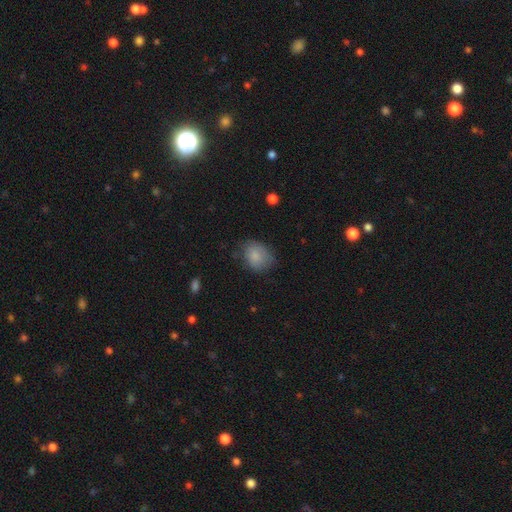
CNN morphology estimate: This appears to be a smooth galaxy with no disk features (83%) that is in between round and cigar-shaped (53%). Merging: none (67%).